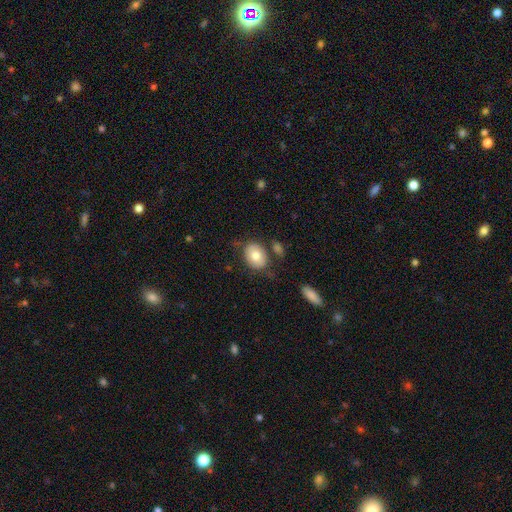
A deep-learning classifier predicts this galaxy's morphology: This appears to be a smooth galaxy with no disk features (79%) that is in between round and cigar-shaped (65%). Merging: none (71%).